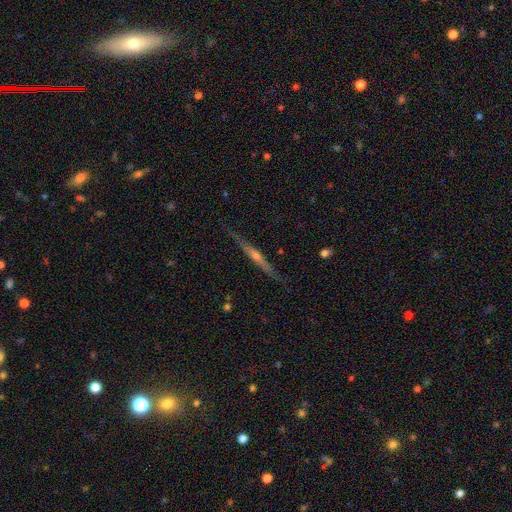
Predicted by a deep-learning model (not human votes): Smooth or featured? featured or disk (75%)
Edge-on disk? yes (98%)
Edge-on bulge? rounded (73%)
Merging? none (86%)